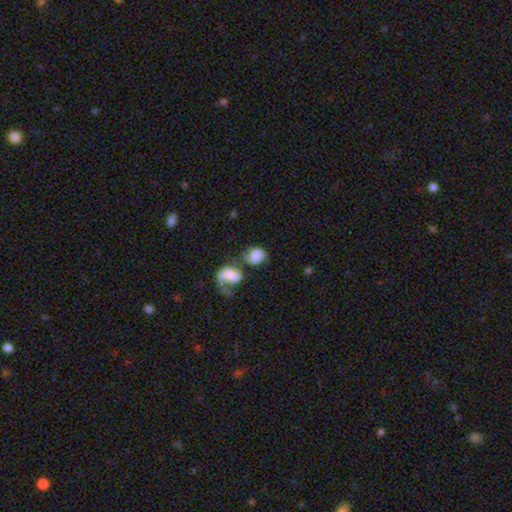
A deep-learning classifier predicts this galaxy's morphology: smooth-or-featured: smooth: 61% | featured or disk: 31% | star or artifact: 9%
  how-rounded: round: 50% | in between: 49% | cigar-shaped: 1%
  merging: merger: 45% | none: 29% | minor disturbance: 13% | major disturbance: 13%